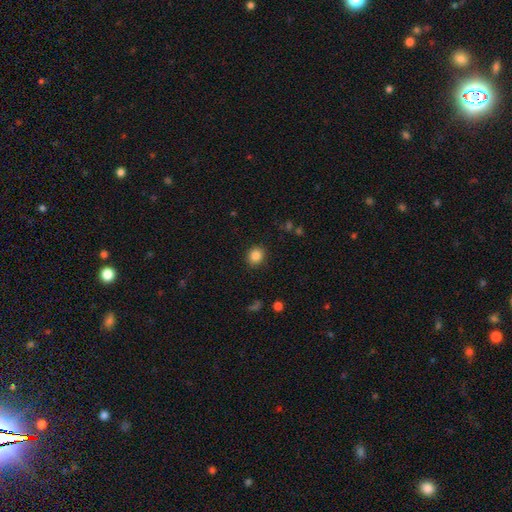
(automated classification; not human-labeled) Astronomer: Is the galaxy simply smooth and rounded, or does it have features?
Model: smooth — 85%.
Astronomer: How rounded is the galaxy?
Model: round — 75%.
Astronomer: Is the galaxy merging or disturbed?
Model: none — 89%.